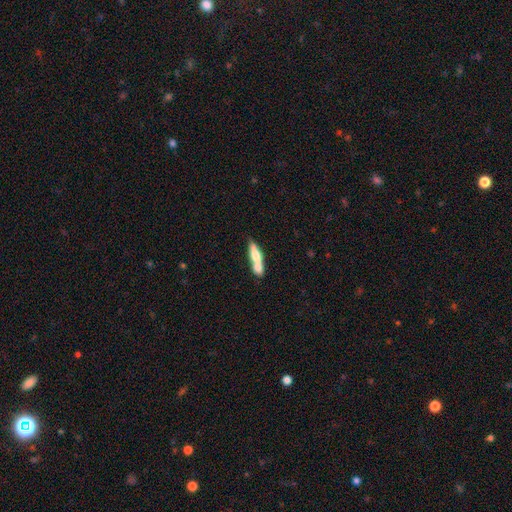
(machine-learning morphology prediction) type=smooth (61%); roundness=cigar-shaped (67%); merging=merger (47%).